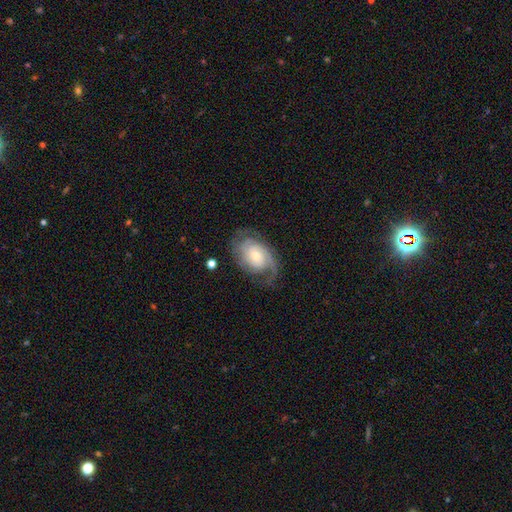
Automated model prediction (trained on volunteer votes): featured or disk 85%, smooth 10%, star or artifact 5%. Down the decision tree: edge-on disk — no (97%); bar — no (68%); spiral arms — yes (96%); spiral arm count — 2 (49%); spiral winding — tight (54%); bulge size — moderate (48%); merging — none (72%).